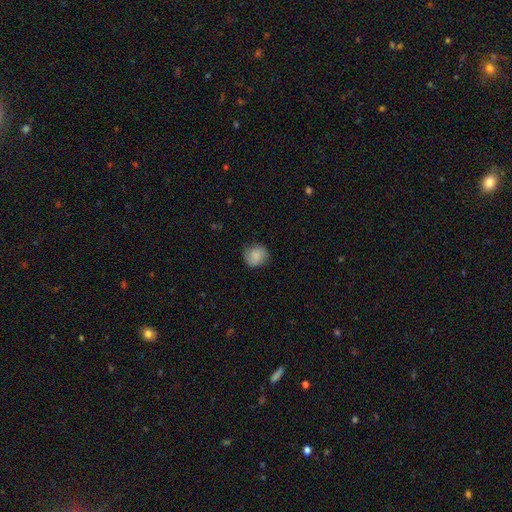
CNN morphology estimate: Smooth or featured: smooth — 78% (featured or disk — 14%)
How rounded: round — 82% (in between — 17%)
Merging: none — 80% (minor disturbance — 15%)